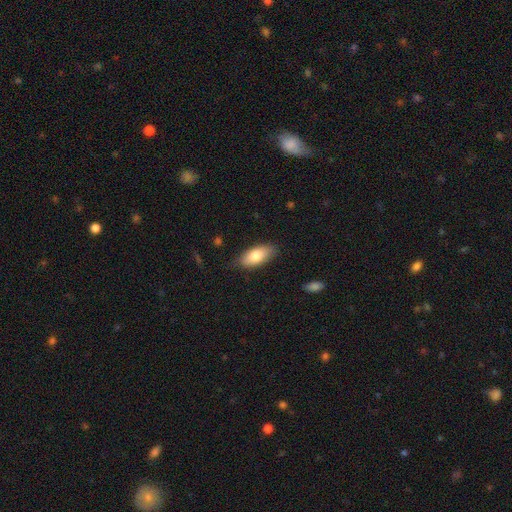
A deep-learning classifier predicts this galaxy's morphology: smooth 79%, featured or disk 15%, star or artifact 6%. Down the decision tree: how rounded — in between (89%); merging — none (82%).